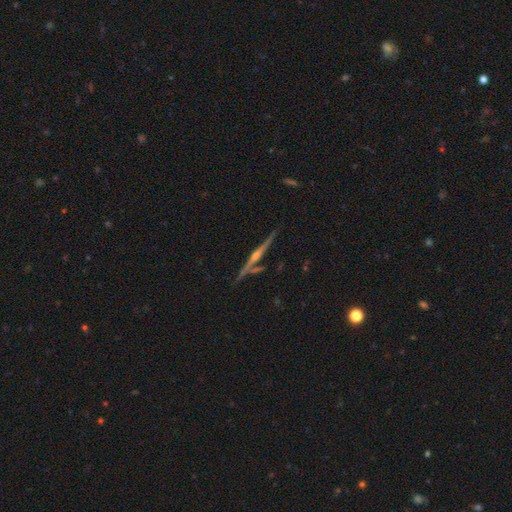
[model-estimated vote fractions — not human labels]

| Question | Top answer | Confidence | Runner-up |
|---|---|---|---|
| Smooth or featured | featured or disk | 85% | smooth (8%) |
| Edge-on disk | yes | 97% | no (3%) |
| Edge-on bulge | rounded | 80% | none (13%) |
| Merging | none | 77% | minor disturbance (14%) |